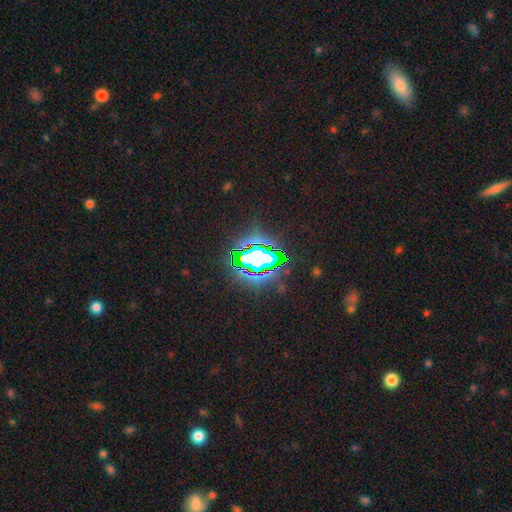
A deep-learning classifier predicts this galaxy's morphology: A star or artifact, not a galaxy (74%).